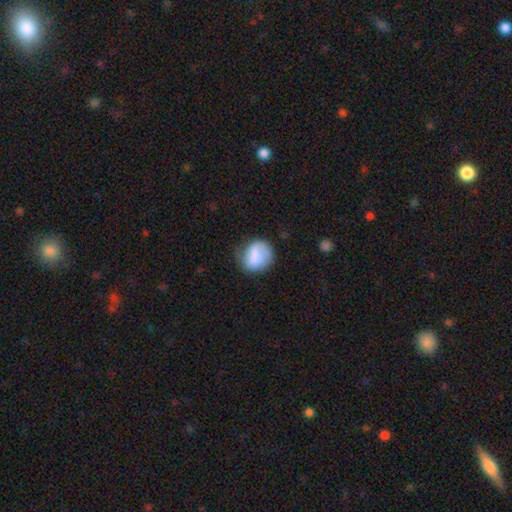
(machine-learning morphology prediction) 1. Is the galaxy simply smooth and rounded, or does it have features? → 77% smooth, 16% featured or disk, 7% star or artifact.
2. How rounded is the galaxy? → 77% round, 22% in between, 1% cigar-shaped.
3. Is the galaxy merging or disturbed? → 58% none, 28% minor disturbance, 12% major disturbance, 2% merger.